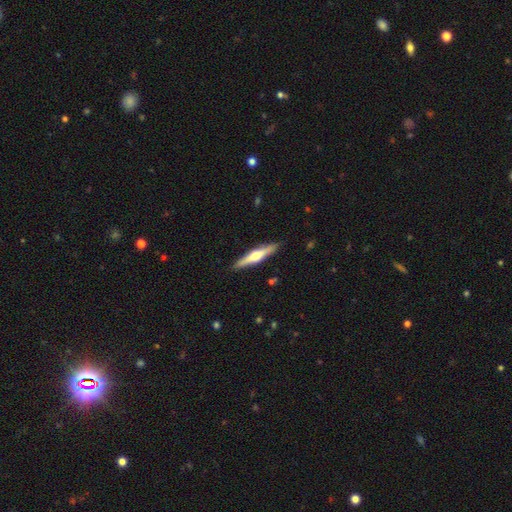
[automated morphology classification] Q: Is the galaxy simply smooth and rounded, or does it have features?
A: featured or disk — 62%.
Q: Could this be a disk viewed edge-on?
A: yes — 96%.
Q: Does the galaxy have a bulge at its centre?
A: rounded — 89%.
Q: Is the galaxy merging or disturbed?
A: none — 89%.